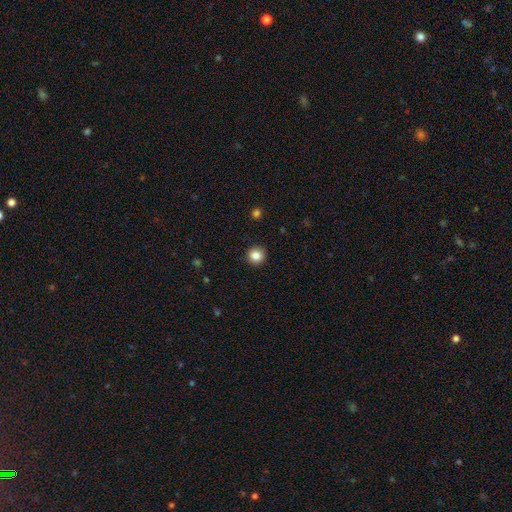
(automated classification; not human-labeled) The model was most divided on "smooth or featured": smooth: 85%, star or artifact: 11%, featured or disk: 5%. More confident: how rounded — round (95%); merging — none (92%).